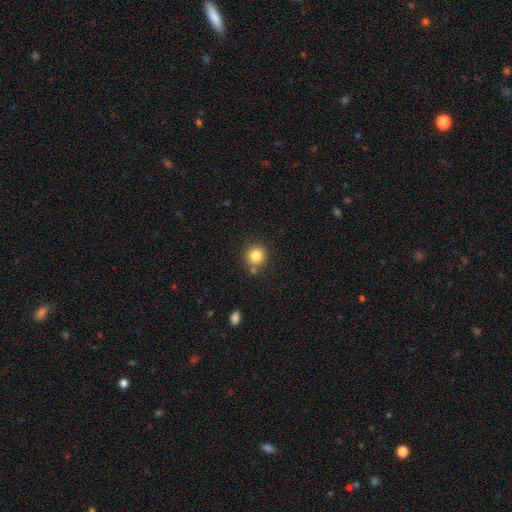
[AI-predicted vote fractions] This appears to be a smooth galaxy with no disk features (83%) that is round (92%). Merging: none (76%).